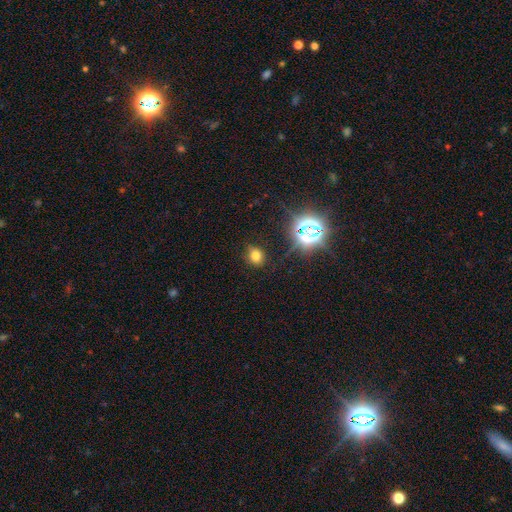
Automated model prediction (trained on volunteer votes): smooth 69%, star or artifact 24%, featured or disk 7%. Down the decision tree: how rounded — round (65%); merging — none (81%).